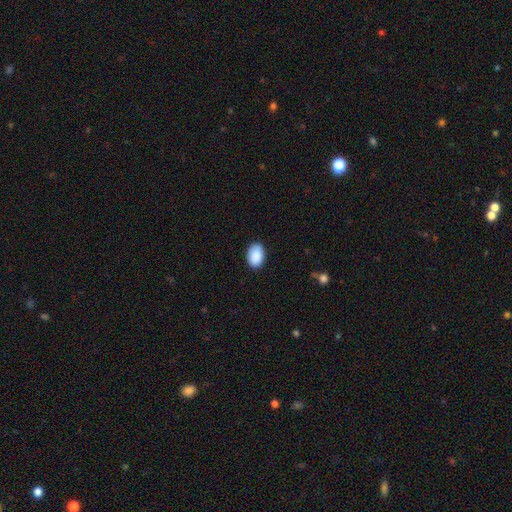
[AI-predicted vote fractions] smooth-or-featured: smooth: 91% | star or artifact: 6% | featured or disk: 3%
  how-rounded: in between: 87% | round: 12% | cigar-shaped: 1%
  merging: none: 87% | minor disturbance: 10% | major disturbance: 2% | merger: 1%